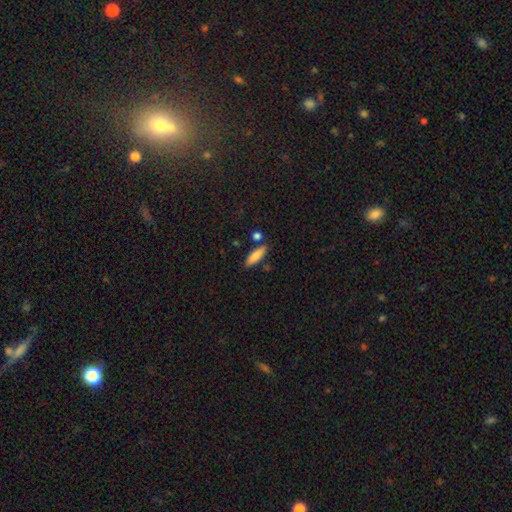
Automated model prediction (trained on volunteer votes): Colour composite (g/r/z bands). It shows a smooth galaxy with no disk features (84%) that is cigar-shaped (50%). Merging: none (79%).